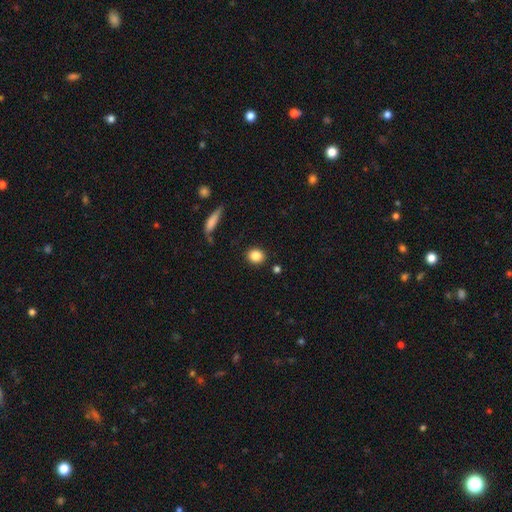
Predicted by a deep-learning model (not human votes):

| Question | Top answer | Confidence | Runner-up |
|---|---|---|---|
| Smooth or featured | smooth | 86% | star or artifact (9%) |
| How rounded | round | 71% | in between (27%) |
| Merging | none | 87% | minor disturbance (8%) |